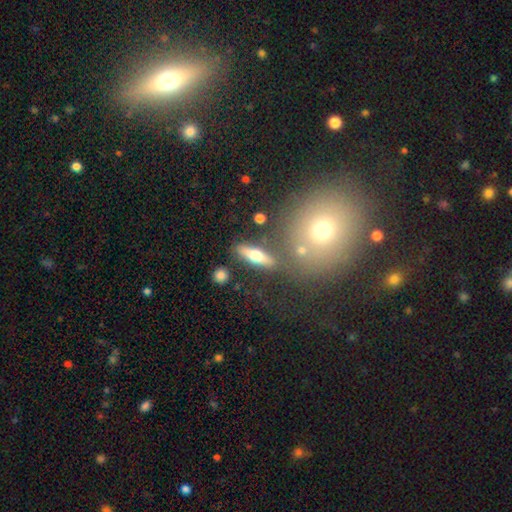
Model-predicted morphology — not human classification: Smooth or featured? Predicted: smooth (p=0.49). Merging? Predicted: none (p=0.78).